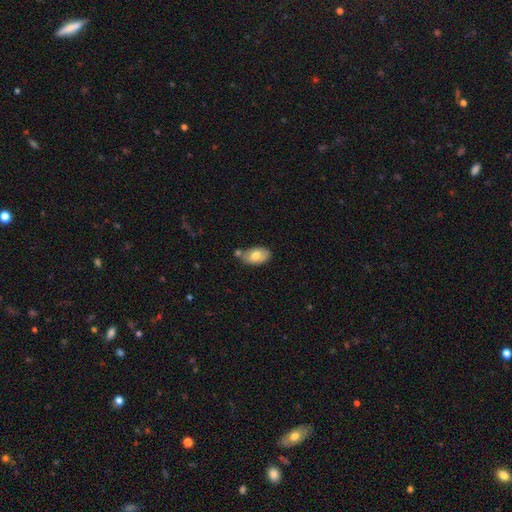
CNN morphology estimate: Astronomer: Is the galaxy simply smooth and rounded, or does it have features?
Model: smooth — 70%.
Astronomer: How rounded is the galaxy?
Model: in between — 92%.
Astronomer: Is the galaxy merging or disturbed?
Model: none — 57%.